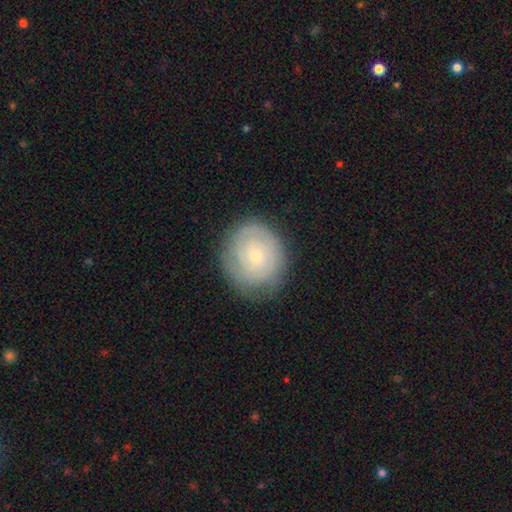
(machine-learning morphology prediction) type=featured or disk (59%); edge-on=no (97%); bar=no (79%); spiral arms=yes (80%); bulge=small (71%); merging=none (78%).